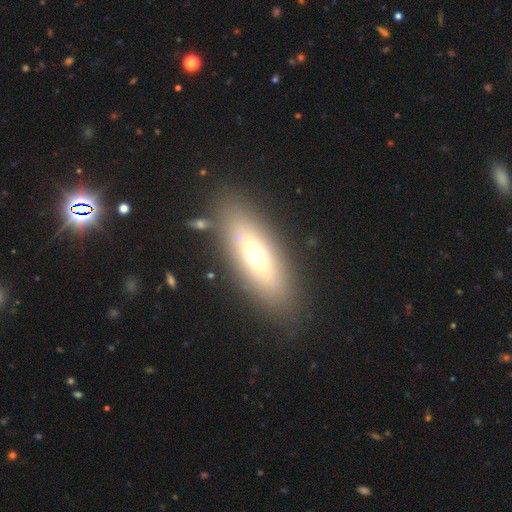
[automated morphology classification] Smooth or featured? Predicted: smooth (p=0.58). How rounded? Predicted: in between (p=0.59). Merging? Predicted: none (p=0.85).